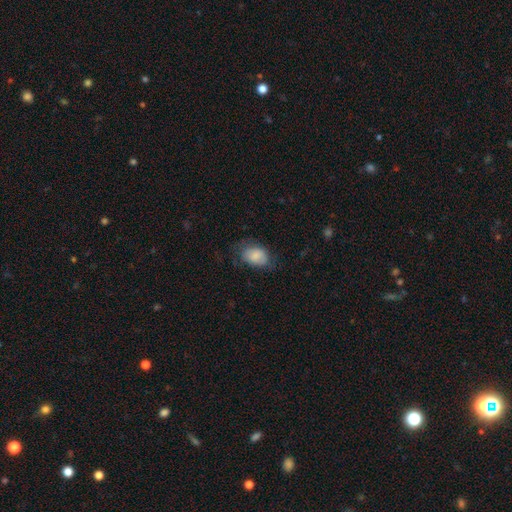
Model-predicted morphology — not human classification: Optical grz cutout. It shows a smooth galaxy with no disk features (79%) that is in between round and cigar-shaped (84%). Merging: none (57%).